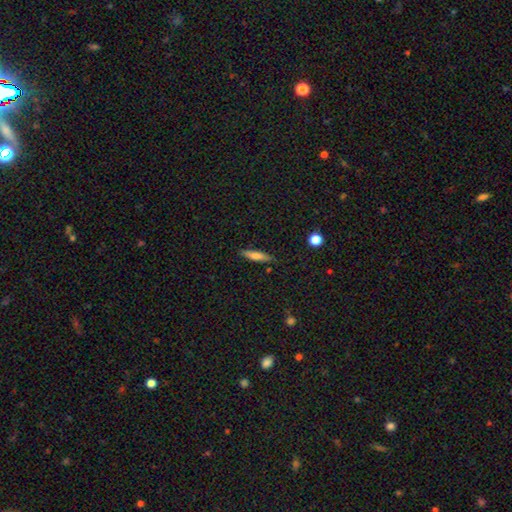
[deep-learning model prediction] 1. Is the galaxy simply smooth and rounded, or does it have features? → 67% smooth, 26% featured or disk, 7% star or artifact.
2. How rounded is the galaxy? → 80% cigar-shaped, 18% in between, 2% round.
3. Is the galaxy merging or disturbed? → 86% none, 10% minor disturbance, 2% major disturbance, 2% merger.